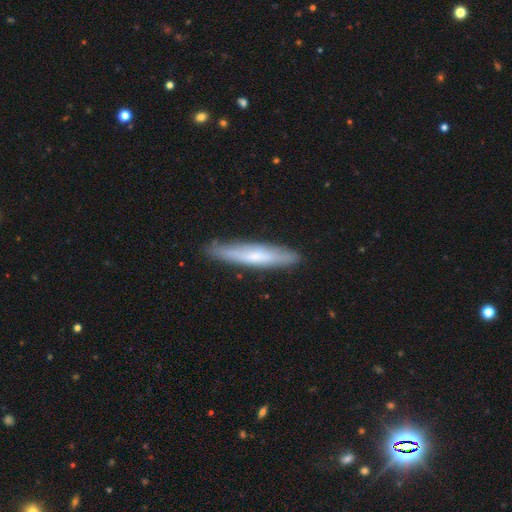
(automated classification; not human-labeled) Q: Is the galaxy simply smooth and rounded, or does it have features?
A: smooth — 52%.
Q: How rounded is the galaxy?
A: cigar-shaped — 91%.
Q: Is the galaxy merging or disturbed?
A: none — 86%.